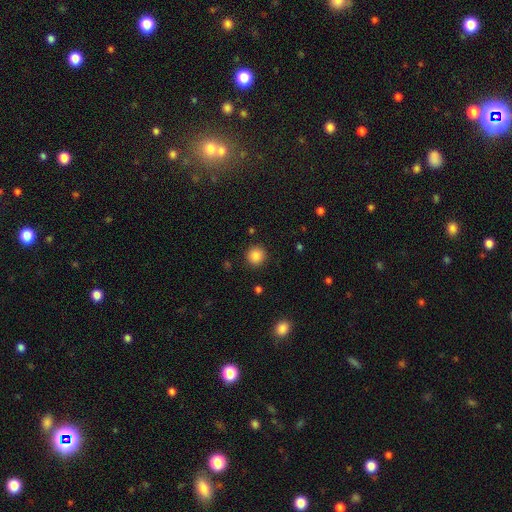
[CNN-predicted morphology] This is clearly a smooth galaxy (87%). How rounded: clearly round (94%). Merging: clearly none (91%).